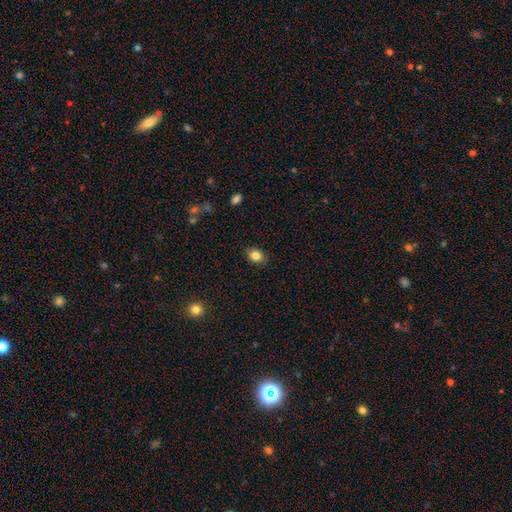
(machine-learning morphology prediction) This appears to be a smooth galaxy with no disk features (84%) that is in between round and cigar-shaped (70%). Merging: none (86%).